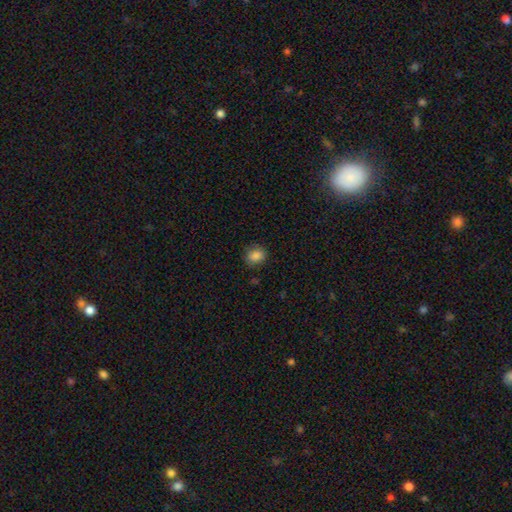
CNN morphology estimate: Smooth or featured?
  - smooth: 86% *
  - star or artifact: 10%
  - featured or disk: 4%
How rounded?
  - round: 56% *
  - in between: 42%
  - cigar-shaped: 1%
Merging?
  - none: 82% *
  - minor disturbance: 13%
  - major disturbance: 3%
  - merger: 1%